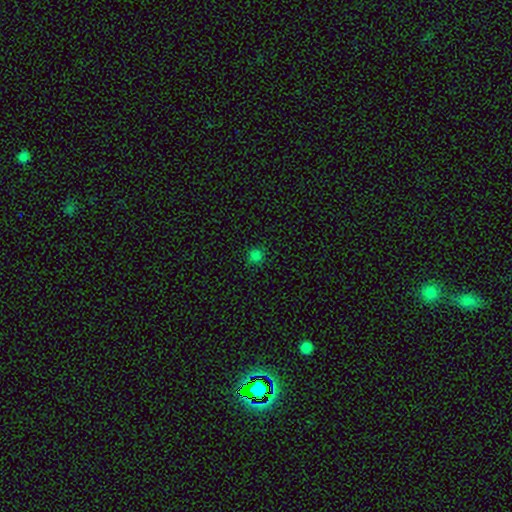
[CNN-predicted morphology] This is likely a smooth galaxy (78%). How rounded: clearly round (92%). Merging: clearly none (89%).